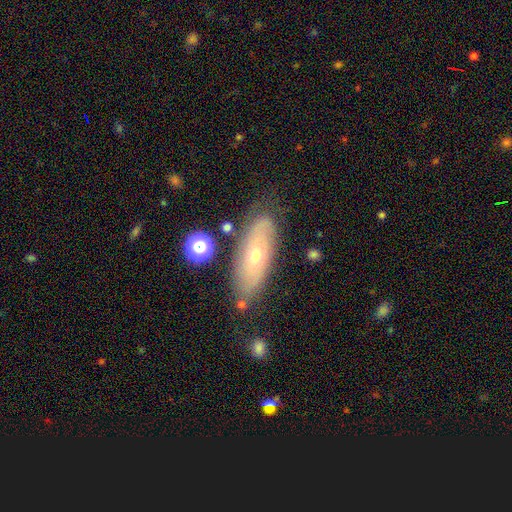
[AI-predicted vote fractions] smooth_or_featured: featured or disk (p=0.54) [alt: smooth p=0.38]
disk_edge_on: no (p=0.78) [alt: yes p=0.22]
merging: none (p=0.76) [alt: minor disturbance p=0.16]